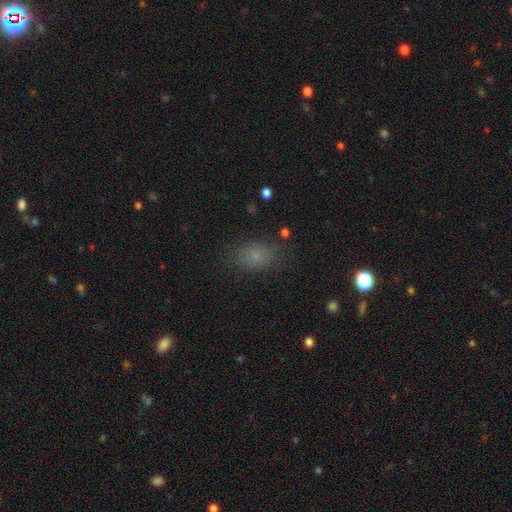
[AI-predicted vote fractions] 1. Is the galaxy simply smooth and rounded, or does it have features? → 75% smooth, 16% star or artifact, 9% featured or disk.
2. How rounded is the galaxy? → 80% in between, 18% round, 2% cigar-shaped.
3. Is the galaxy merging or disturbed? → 79% none, 14% minor disturbance, 5% major disturbance, 2% merger.